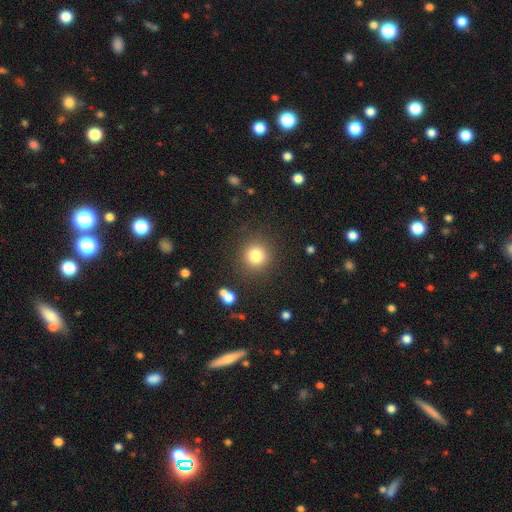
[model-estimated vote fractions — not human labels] smooth_or_featured: smooth (p=0.81) [alt: star or artifact p=0.12]
how_rounded: round (p=0.92) [alt: in between p=0.07]
merging: none (p=0.87) [alt: minor disturbance p=0.07]